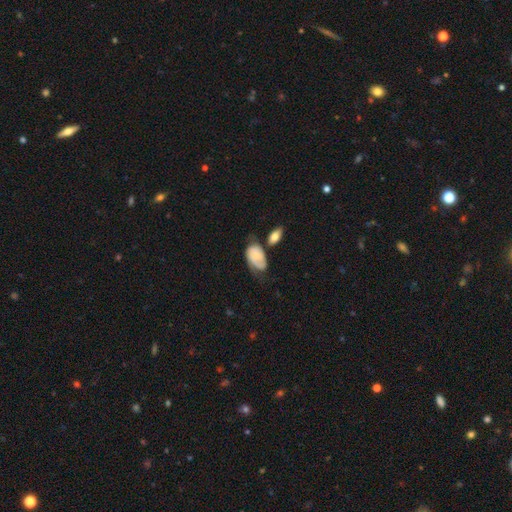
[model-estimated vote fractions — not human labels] Smooth or featured?
  - smooth: 48% *
  - featured or disk: 45%
  - star or artifact: 7%
Merging?
  - none: 36% *
  - minor disturbance: 32%
  - major disturbance: 18%
  - merger: 15%